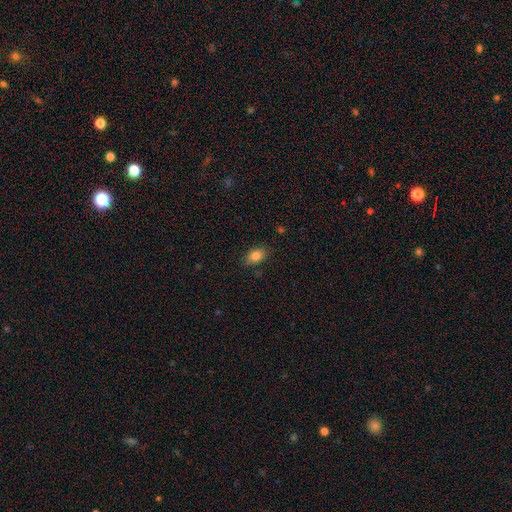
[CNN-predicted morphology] A smooth galaxy with no disk features (83%) that is in between round and cigar-shaped (85%).

Vote fractions:
- Smooth or featured? smooth: 83% / star or artifact: 9% / featured or disk: 8%
- How rounded? in between: 85% / round: 13% / cigar-shaped: 2%
- Merging? none: 84% / minor disturbance: 12% / major disturbance: 3% / merger: 1%